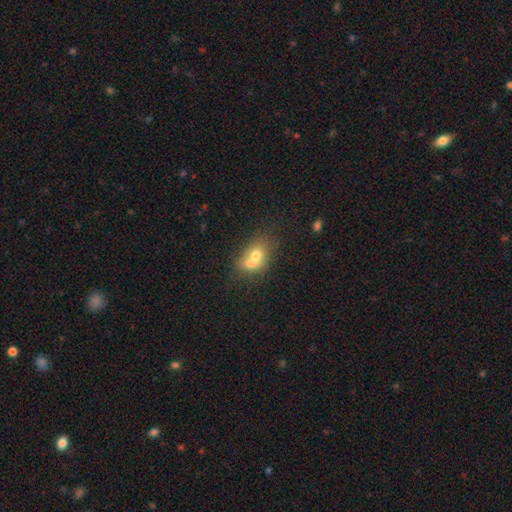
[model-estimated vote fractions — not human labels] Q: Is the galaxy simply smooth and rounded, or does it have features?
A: smooth — 65%.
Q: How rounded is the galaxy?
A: in between — 52%.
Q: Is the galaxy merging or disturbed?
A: merger — 67%.